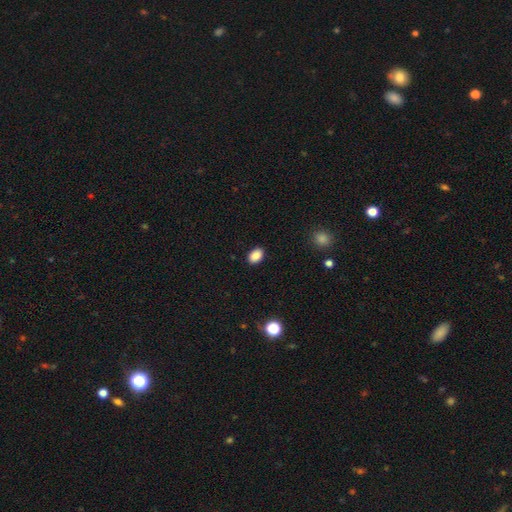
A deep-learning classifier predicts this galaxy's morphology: Smooth or featured: smooth — 88% (star or artifact — 9%)
How rounded: in between — 82% (round — 17%)
Merging: none — 89% (minor disturbance — 8%)